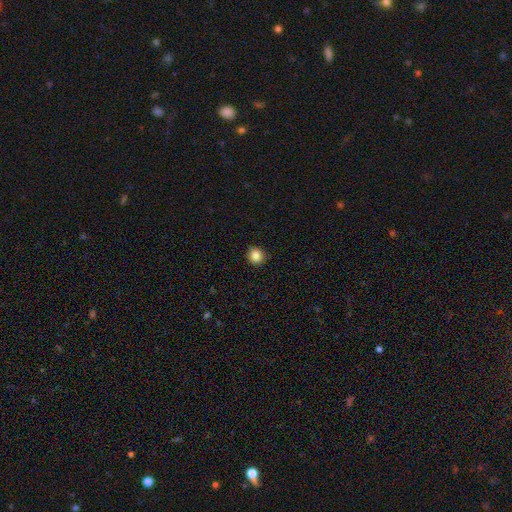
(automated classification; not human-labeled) Q: Smooth or featured?
A: smooth (85%); runner-up: star or artifact (10%)
Q: How rounded?
A: round (88%); runner-up: in between (11%)
Q: Merging?
A: none (87%); runner-up: minor disturbance (10%)